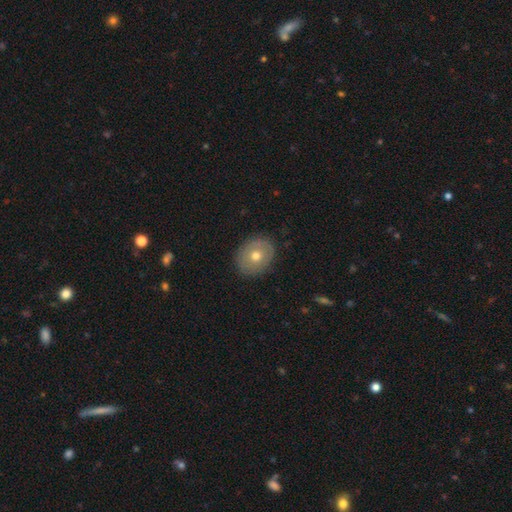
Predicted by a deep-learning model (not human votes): smooth_or_featured: smooth (p=0.59) [alt: featured or disk p=0.33]
how_rounded: round (p=0.64) [alt: in between p=0.35]
merging: none (p=0.86) [alt: minor disturbance p=0.10]